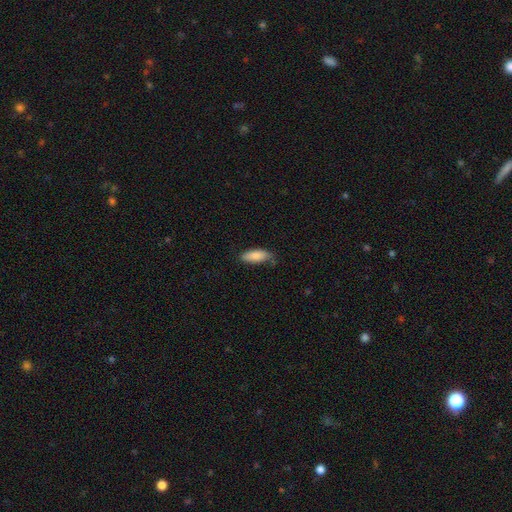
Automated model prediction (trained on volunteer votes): Overall: smooth (86%). How rounded: in between (76%). Merging: none (68%).